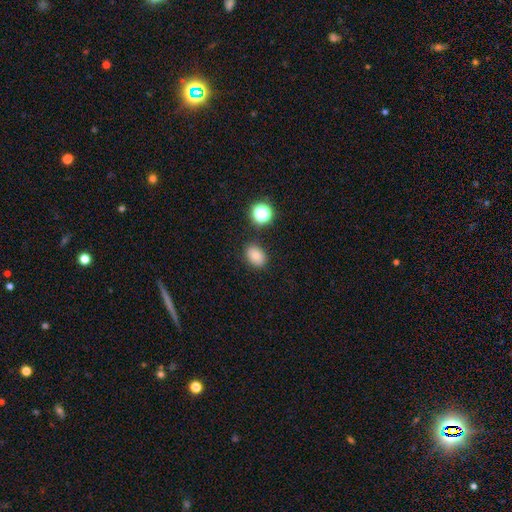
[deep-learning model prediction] smooth 79%, star or artifact 13%, featured or disk 8%. Down the decision tree: how rounded — in between (70%); merging — none (82%).